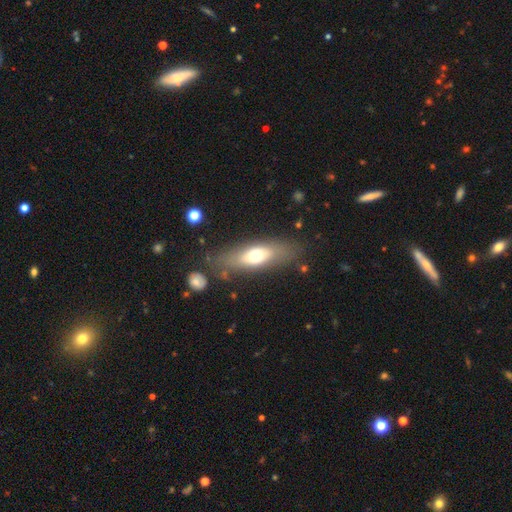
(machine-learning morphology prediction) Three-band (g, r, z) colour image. It shows a smooth galaxy with no disk features (59%) that is in between round and cigar-shaped (60%). Merging: none (77%).